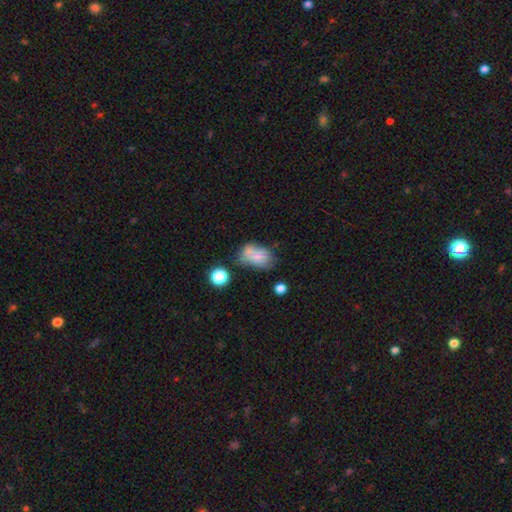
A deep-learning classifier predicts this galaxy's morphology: The model was most divided on "merging": none: 35%, merger: 32%, minor disturbance: 21%, major disturbance: 11%. More confident: how rounded — in between (79%); smooth or featured — smooth (69%).